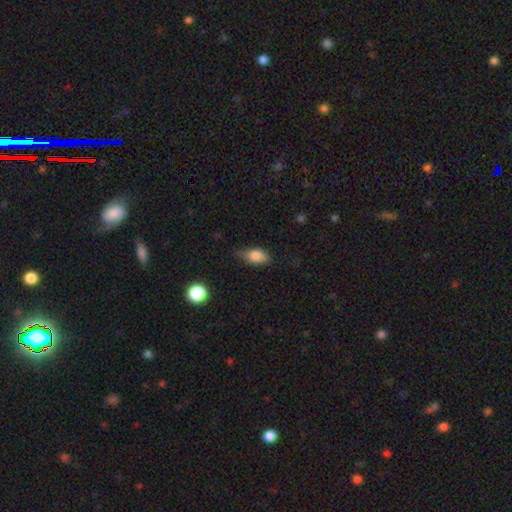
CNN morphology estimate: Q: Smooth or featured?
A: smooth (77%); runner-up: featured or disk (15%)
Q: How rounded?
A: in between (84%); runner-up: round (8%)
Q: Merging?
A: none (55%); runner-up: minor disturbance (35%)